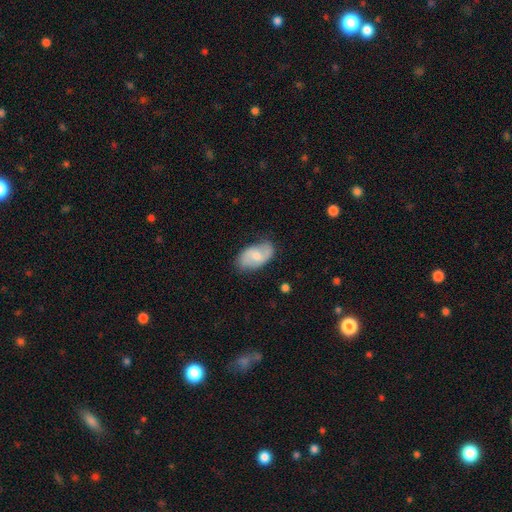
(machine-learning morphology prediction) This appears to be a featured or disk galaxy (50%). Merging: none (71%).